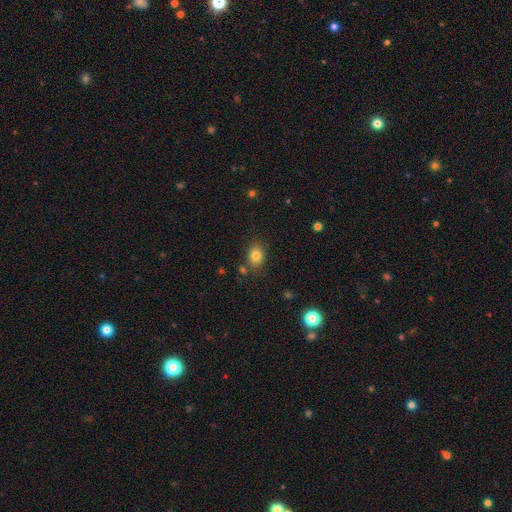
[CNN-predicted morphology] The model was most divided on "how rounded": in between: 57%, round: 42%, cigar-shaped: 1%. More confident: smooth or featured — smooth (82%); merging — none (77%).